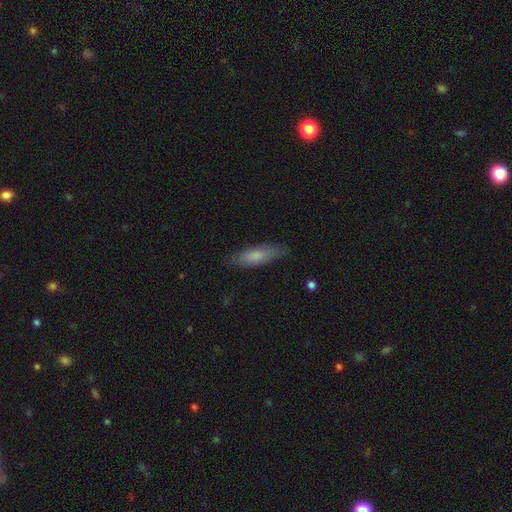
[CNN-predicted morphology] smooth 75%, featured or disk 19%, star or artifact 6%. Down the decision tree: how rounded — cigar-shaped (52%); merging — none (82%).